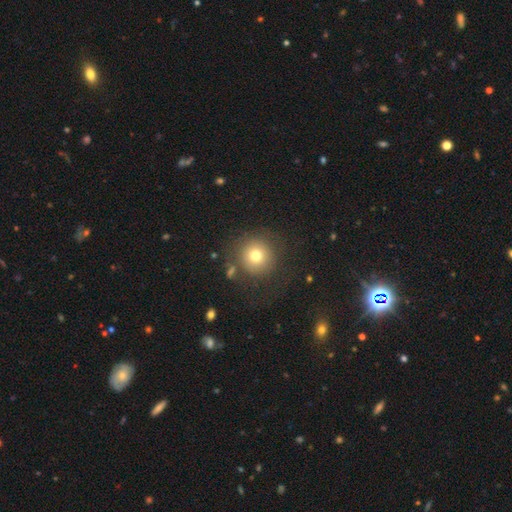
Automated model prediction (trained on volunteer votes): Smooth or featured?
  - smooth: 74% *
  - star or artifact: 13%
  - featured or disk: 13%
How rounded?
  - round: 94% *
  - in between: 5%
  - cigar-shaped: 1%
Merging?
  - none: 78% *
  - minor disturbance: 11%
  - major disturbance: 7%
  - merger: 4%